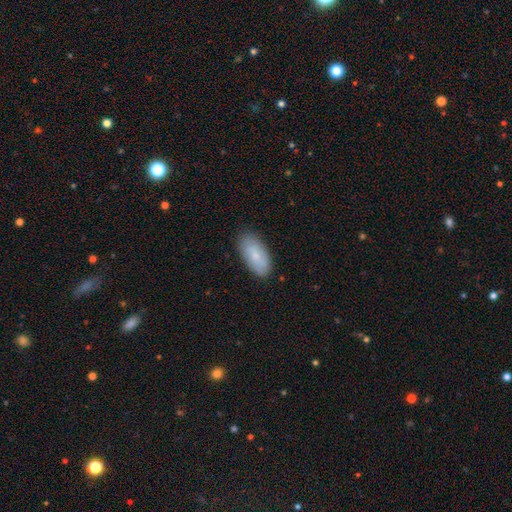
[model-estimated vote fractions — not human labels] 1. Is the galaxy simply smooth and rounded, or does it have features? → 76% smooth, 17% featured or disk, 6% star or artifact.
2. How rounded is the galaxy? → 91% in between, 7% cigar-shaped, 2% round.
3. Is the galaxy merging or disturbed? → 84% none, 12% minor disturbance, 2% major disturbance, 1% merger.